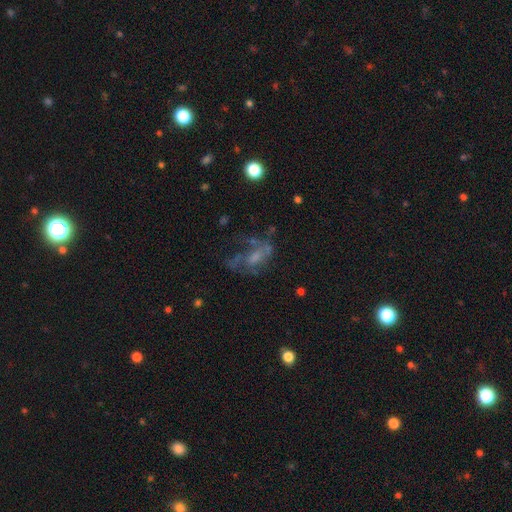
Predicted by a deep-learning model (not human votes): smooth-or-featured: featured or disk: 59% | smooth: 24% | star or artifact: 17%
  disk-edge-on: no: 94% | yes: 6%
    bar: no: 62% | weak: 30% | strong: 8%
    has-spiral-arms: yes: 53% | no: 47%
    bulge-size: small: 34% | moderate: 31% | none: 27% | large: 5% | dominant: 2%
  merging: none: 38% | major disturbance: 36% | minor disturbance: 18% | merger: 7%